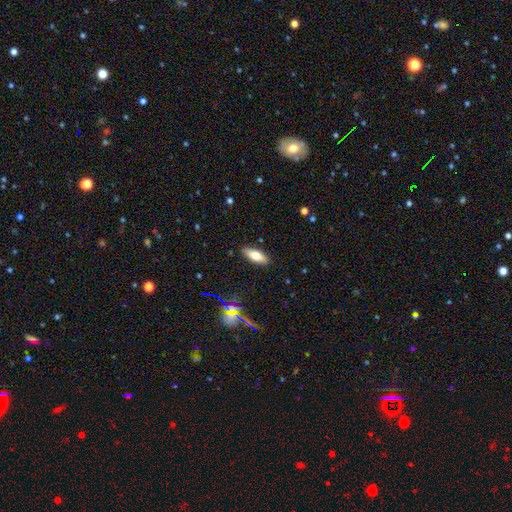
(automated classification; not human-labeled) This is likely a smooth galaxy (73%). How rounded: likely in between (74%). Merging: clearly none (87%).